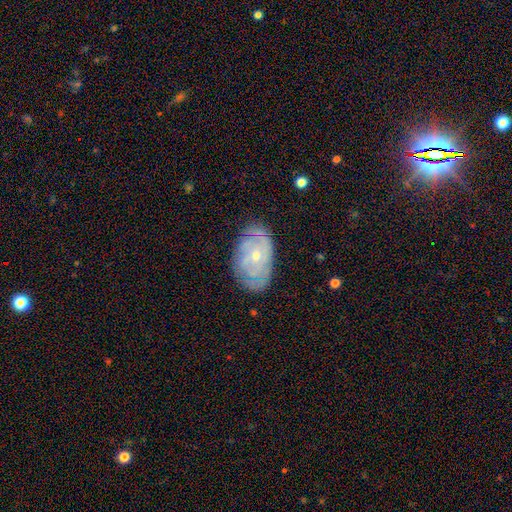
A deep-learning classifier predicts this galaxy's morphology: type=featured or disk (69%); edge-on=no (94%); bar=no (80%); spiral arms=yes (79%); winding=tight (71%); arm count=can't tell (58%); bulge=small (67%); merging=none (74%).